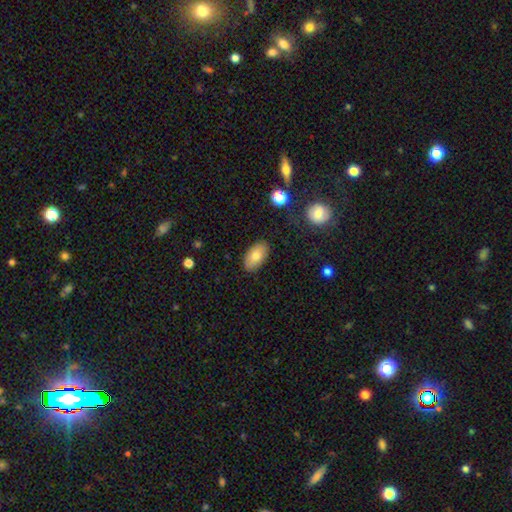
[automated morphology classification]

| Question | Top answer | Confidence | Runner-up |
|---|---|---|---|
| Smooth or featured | smooth | 76% | featured or disk (16%) |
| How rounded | in between | 93% | round (5%) |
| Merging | none | 86% | minor disturbance (11%) |